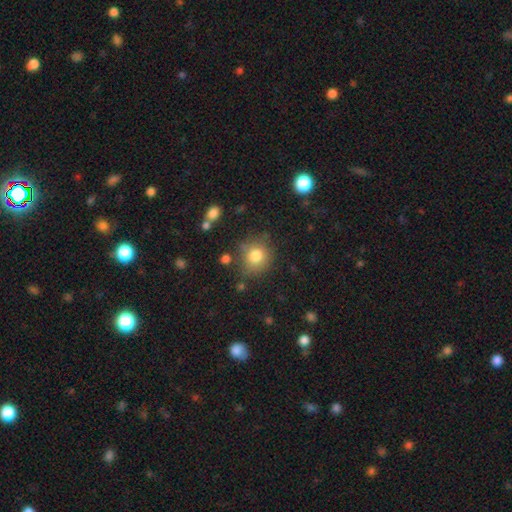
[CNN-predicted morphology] smooth_or_featured: smooth (p=0.81) [alt: star or artifact p=0.11]
how_rounded: round (p=0.83) [alt: in between p=0.16]
merging: none (p=0.76) [alt: minor disturbance p=0.15]